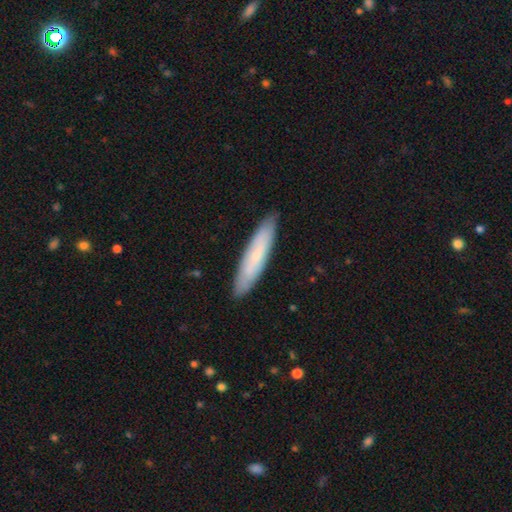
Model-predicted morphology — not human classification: This appears to be a smooth galaxy with no disk features (63%) that is cigar-shaped (82%). Merging: none (89%).